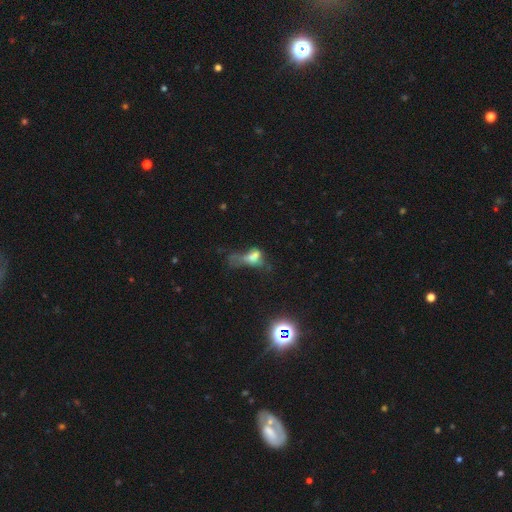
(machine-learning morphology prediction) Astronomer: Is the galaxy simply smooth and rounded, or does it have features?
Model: smooth — 42% (runner-up: featured or disk, 32%).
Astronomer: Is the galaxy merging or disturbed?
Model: major disturbance — 44% (runner-up: merger, 24%).